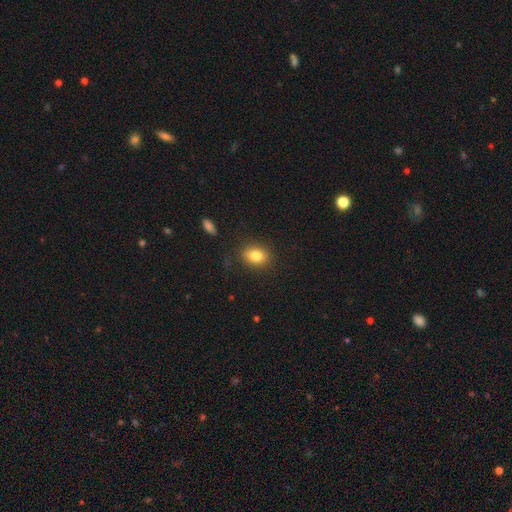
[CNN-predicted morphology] Overall: smooth (82%). How rounded: in between (65%; round 34%). Merging: none (84%).